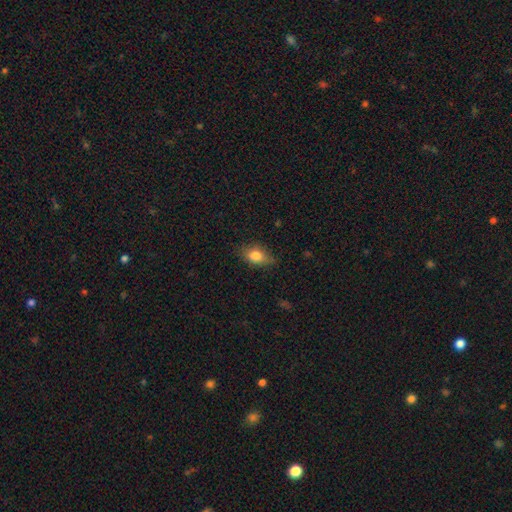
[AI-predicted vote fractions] Overall: smooth (79%). How rounded: in between (80%). Merging: none (71%).